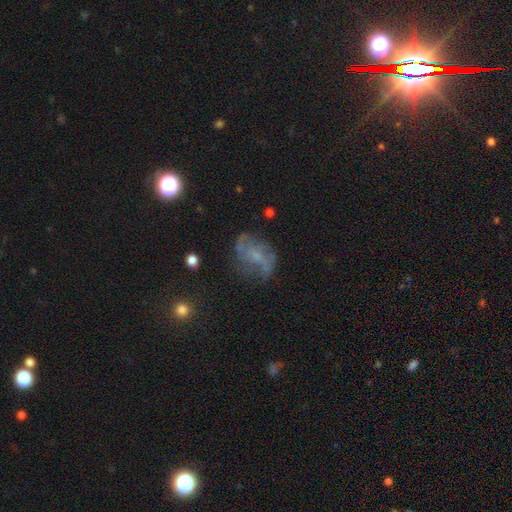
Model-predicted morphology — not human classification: smooth_or_featured: featured or disk (p=0.61) [alt: smooth p=0.25]
disk_edge_on: no (p=0.96) [alt: yes p=0.04]
bar: no (p=0.58) [alt: weak p=0.35]
has_spiral_arms: yes (p=0.72) [alt: no p=0.28]
bulge_size: small (p=0.46) [alt: none p=0.28]
merging: none (p=0.57) [alt: minor disturbance p=0.22]